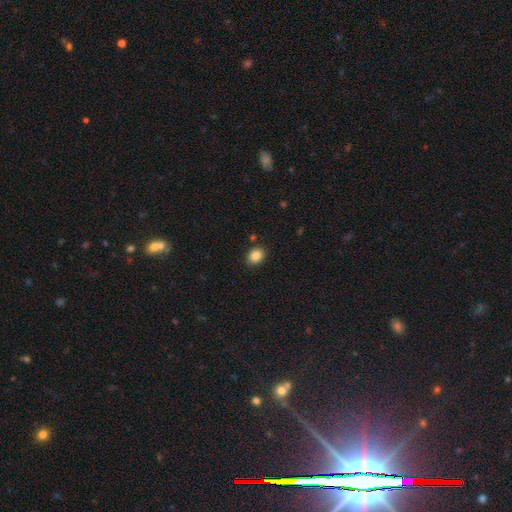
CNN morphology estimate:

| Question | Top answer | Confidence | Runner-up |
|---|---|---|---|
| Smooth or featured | smooth | 86% | star or artifact (9%) |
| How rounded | in between | 54% | round (45%) |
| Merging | none | 87% | minor disturbance (8%) |